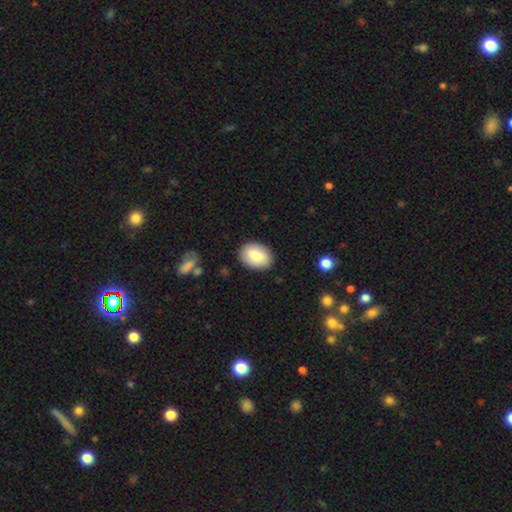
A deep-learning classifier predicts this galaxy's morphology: type=smooth (84%); roundness=in between (81%); merging=none (87%).